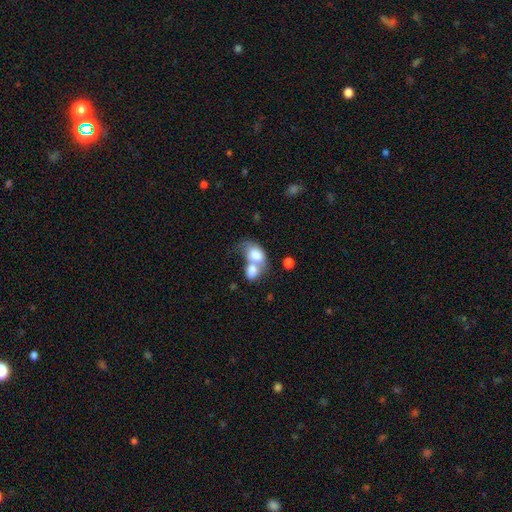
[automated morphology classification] Smooth or featured: smooth — 75% (featured or disk — 18%)
How rounded: in between — 74% (round — 25%)
Merging: merger — 74% (none — 12%)